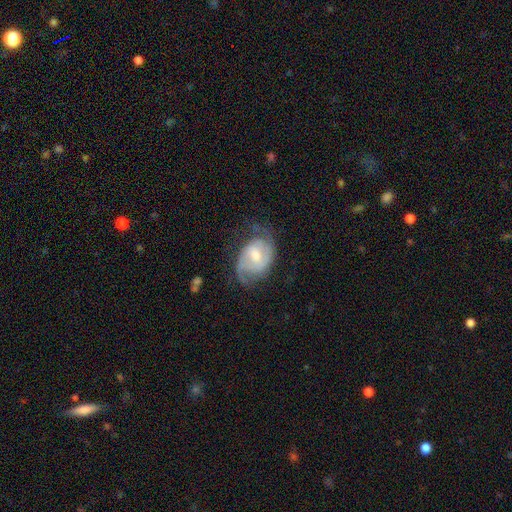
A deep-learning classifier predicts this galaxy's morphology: This appears to be a featured or disk galaxy (76%) with a weak bar (52%), 2 (75%) medium (47%) spiral arms (92%) and a moderate central bulge (55%). Merging: none (58%).